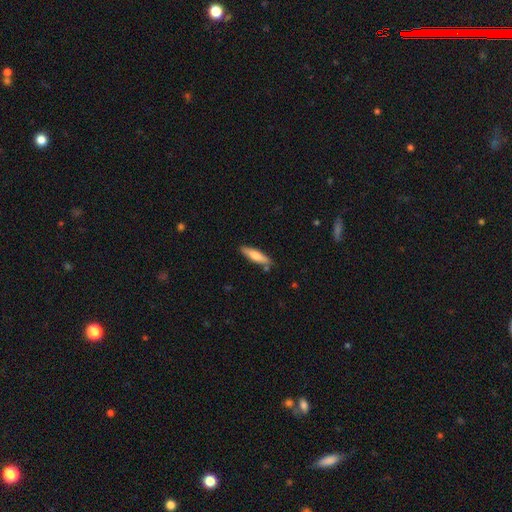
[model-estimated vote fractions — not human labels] A smooth galaxy with no disk features (70%) that is cigar-shaped (75%). Merging: none (82%).